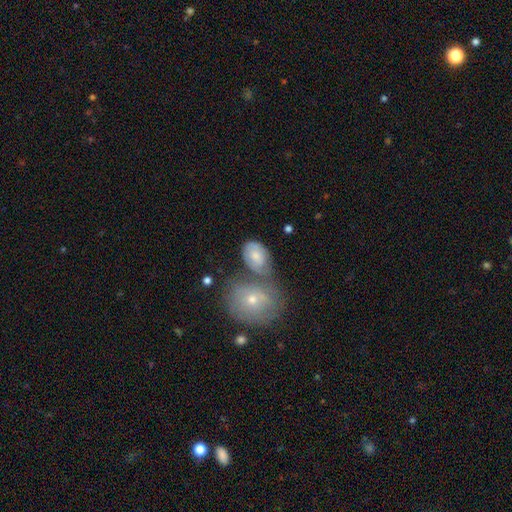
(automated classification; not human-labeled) Smooth or featured: smooth — 65% (featured or disk — 28%)
How rounded: in between — 75% (round — 24%)
Merging: none — 36% (merger — 34%)